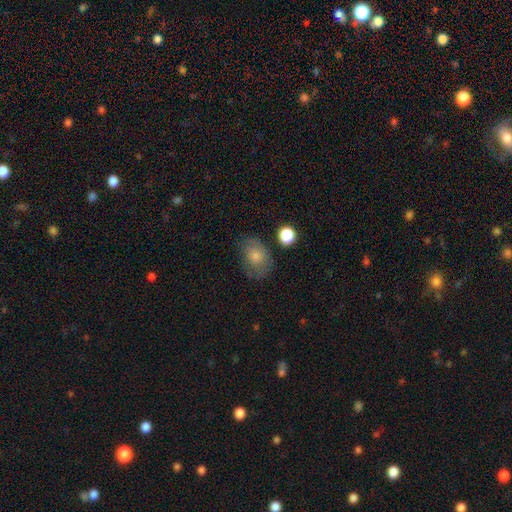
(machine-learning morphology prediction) Smooth or featured?
  - smooth: 67% *
  - featured or disk: 21%
  - star or artifact: 12%
How rounded?
  - in between: 67% *
  - round: 32%
  - cigar-shaped: 1%
Merging?
  - none: 68% *
  - minor disturbance: 21%
  - major disturbance: 8%
  - merger: 3%